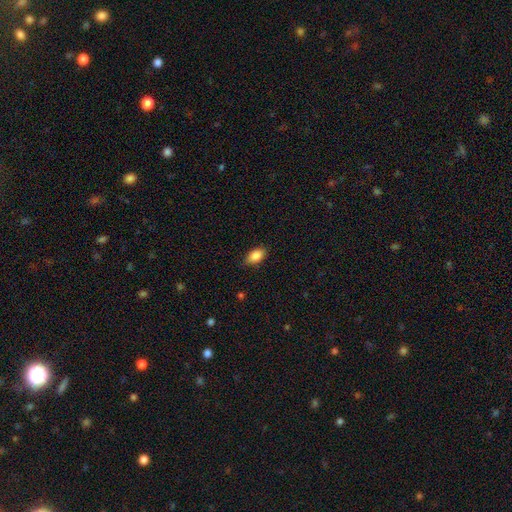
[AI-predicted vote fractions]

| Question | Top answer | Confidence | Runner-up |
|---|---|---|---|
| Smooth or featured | smooth | 88% | star or artifact (7%) |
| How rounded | in between | 91% | round (6%) |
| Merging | none | 84% | minor disturbance (12%) |